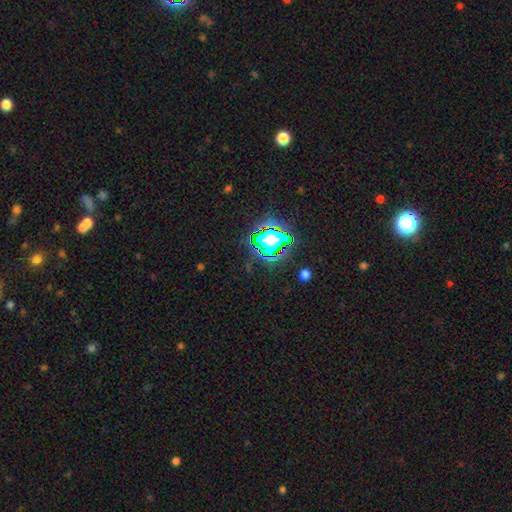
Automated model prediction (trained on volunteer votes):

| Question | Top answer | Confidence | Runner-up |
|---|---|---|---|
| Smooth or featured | star or artifact | 76% | smooth (15%) |